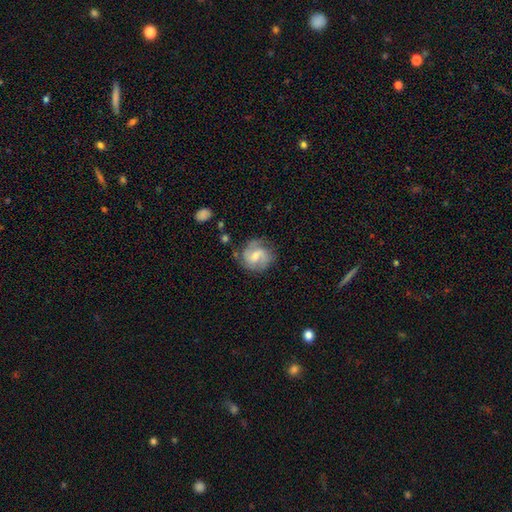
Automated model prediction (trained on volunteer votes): Morphology: type=featured or disk (70%); edge-on=no (98%); bar=weak (51%); spiral arms=yes (92%); winding=medium (49%); arm count=2 (73%); bulge=moderate (49%); merging=none (70%).